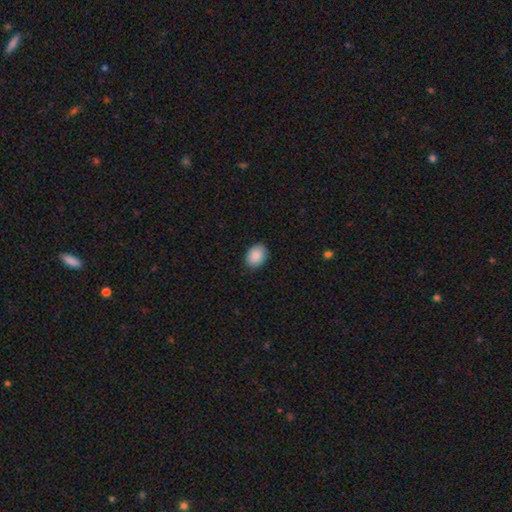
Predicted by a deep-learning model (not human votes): Q: Smooth or featured?
A: smooth (89%); runner-up: star or artifact (7%)
Q: How rounded?
A: in between (73%); runner-up: round (26%)
Q: Merging?
A: none (86%); runner-up: minor disturbance (11%)